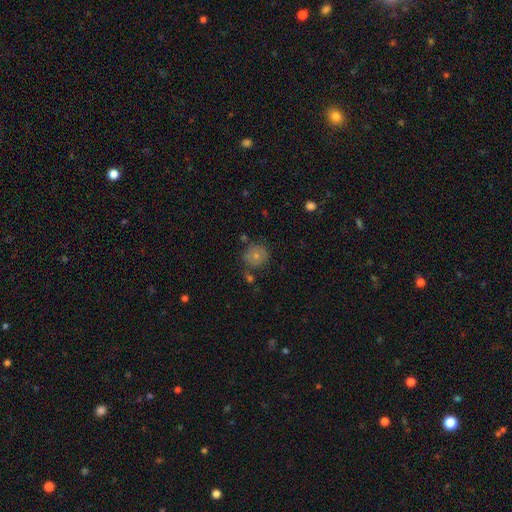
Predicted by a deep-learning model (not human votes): smooth-or-featured: smooth: 71% | featured or disk: 18% | star or artifact: 10%
  how-rounded: round: 87% | in between: 13% | cigar-shaped: 1%
  merging: none: 71% | minor disturbance: 17% | merger: 8% | major disturbance: 5%